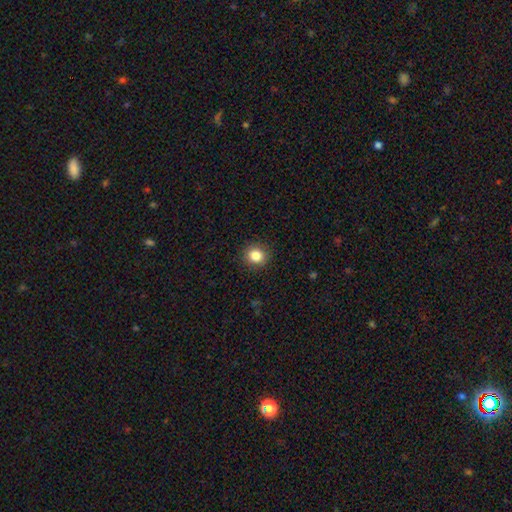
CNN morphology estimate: smooth-or-featured: smooth: 85% | star or artifact: 10% | featured or disk: 5%
  how-rounded: round: 82% | in between: 17% | cigar-shaped: 1%
  merging: none: 91% | minor disturbance: 6% | major disturbance: 2% | merger: 1%